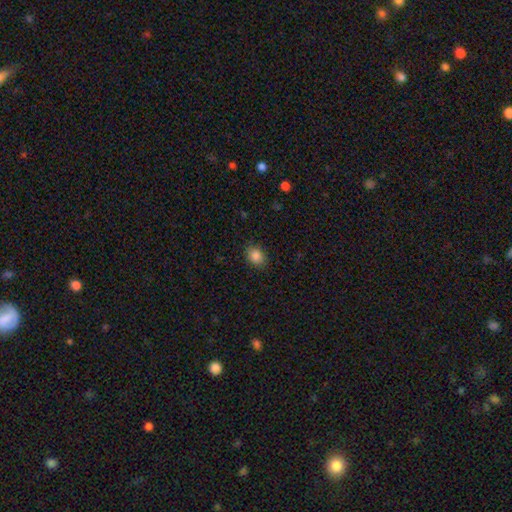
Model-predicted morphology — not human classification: Overall: smooth (87%). How rounded: in between (59%; round 39%). Merging: none (86%).